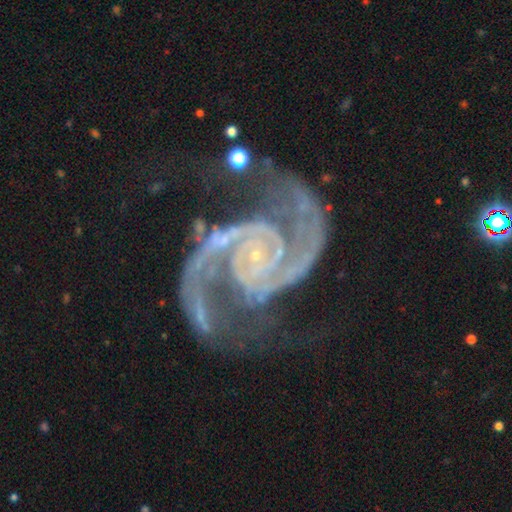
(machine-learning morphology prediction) This appears to be a featured or disk galaxy (94%) with no bar (60%), 2 (92%) medium (56%) spiral arms (99%) and a small central bulge (86%). Merging: none (61%).